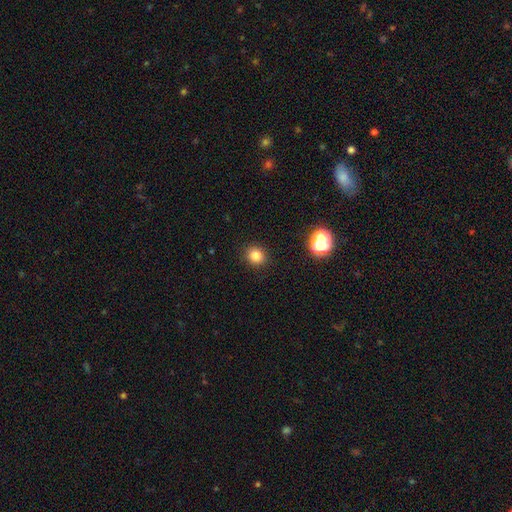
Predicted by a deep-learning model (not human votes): The model was most divided on "how rounded": round: 82%, in between: 17%, cigar-shaped: 1%. More confident: merging — none (90%); smooth or featured — smooth (82%).